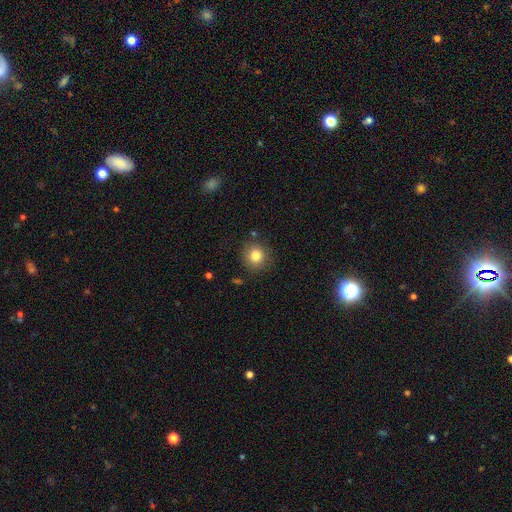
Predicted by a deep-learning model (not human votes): smooth 82%, star or artifact 11%, featured or disk 7%. Down the decision tree: how rounded — round (91%); merging — none (87%).